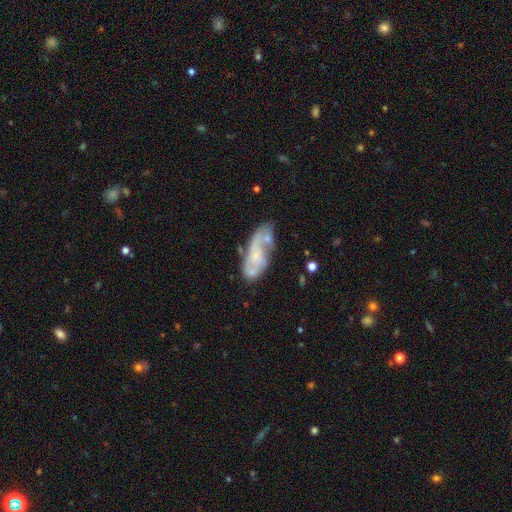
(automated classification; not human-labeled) Morphology: type=featured or disk (57%); edge-on=no (91%); bar=no (75%); spiral arms=yes (52%); bulge=none (42%); merging=none (43%).